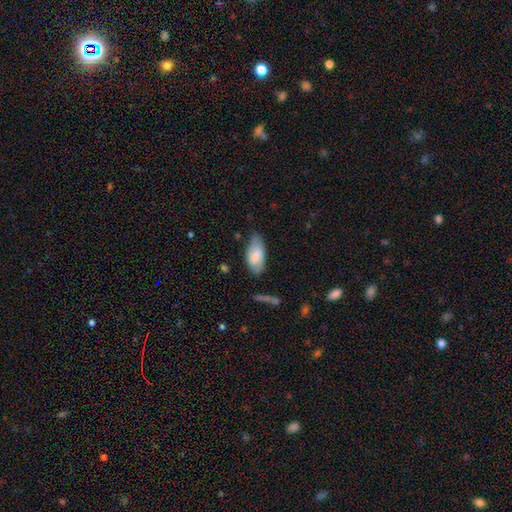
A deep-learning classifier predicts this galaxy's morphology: The model was most divided on "merging": none: 60%, minor disturbance: 31%, major disturbance: 7%, merger: 3%. More confident: how rounded — in between (91%); smooth or featured — smooth (75%).